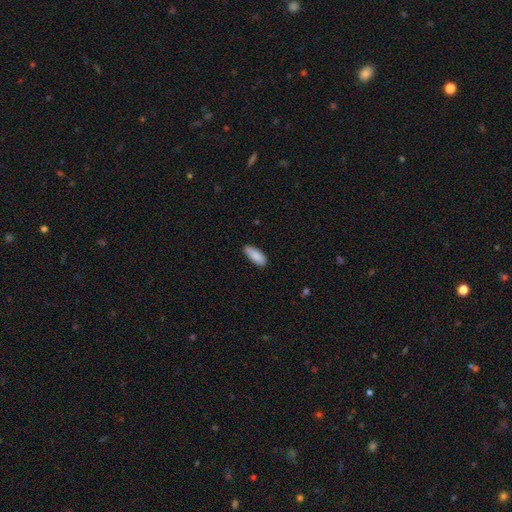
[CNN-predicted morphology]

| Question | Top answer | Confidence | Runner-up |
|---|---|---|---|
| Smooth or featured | smooth | 89% | star or artifact (6%) |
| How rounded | in between | 77% | cigar-shaped (21%) |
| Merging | none | 83% | minor disturbance (14%) |